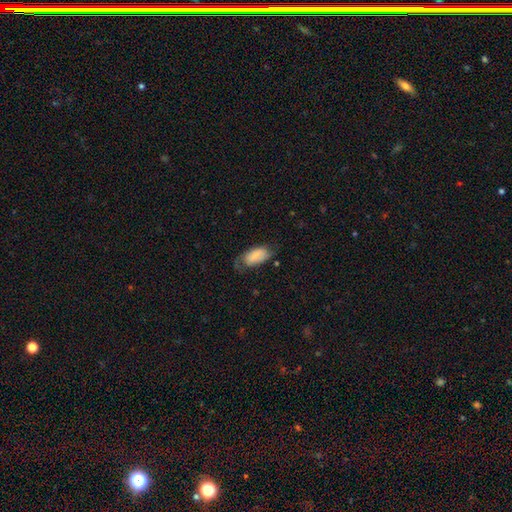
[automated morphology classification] Smooth or featured? smooth (69%)
How rounded? in between (93%)
Merging? none (44%)